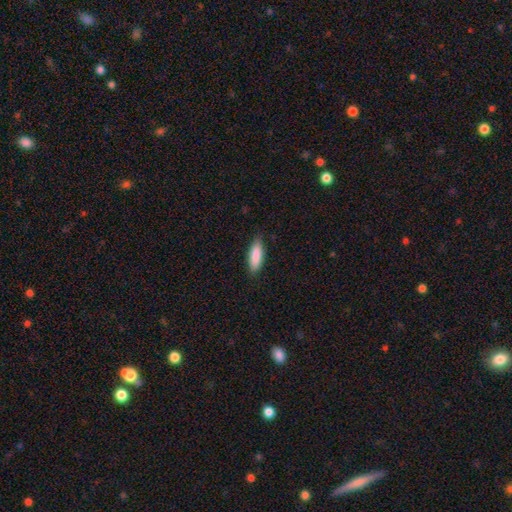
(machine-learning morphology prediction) Smooth or featured? Predicted: smooth (p=0.87). How rounded? Predicted: in between (p=0.53). Merging? Predicted: none (p=0.85).